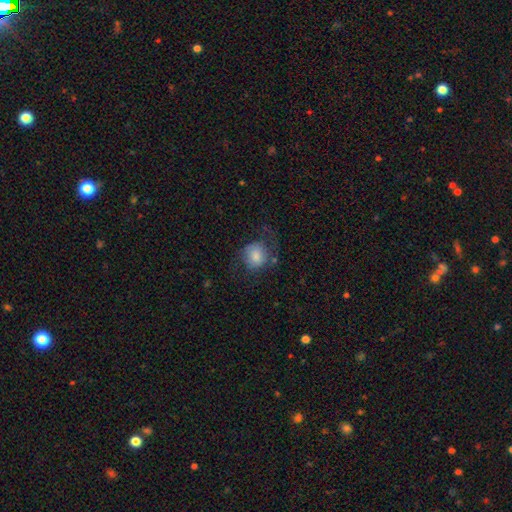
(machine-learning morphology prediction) smooth-or-featured: smooth: 61% | featured or disk: 30% | star or artifact: 8%
  how-rounded: round: 74% | in between: 25% | cigar-shaped: 1%
  merging: none: 49% | major disturbance: 25% | minor disturbance: 23% | merger: 3%